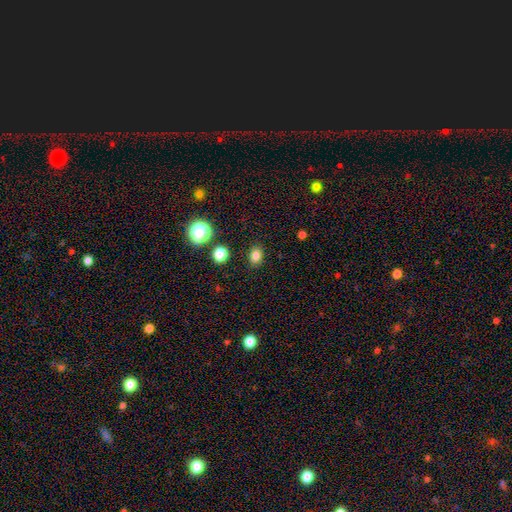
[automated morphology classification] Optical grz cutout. It shows a smooth galaxy with no disk features (80%) that is in between round and cigar-shaped (65%). Merging: none (86%).